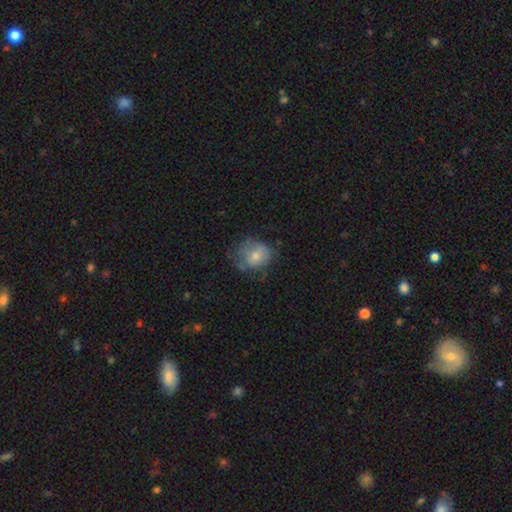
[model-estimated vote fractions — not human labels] Morphology: type=smooth (66%); roundness=round (60%); merging=none (48%).